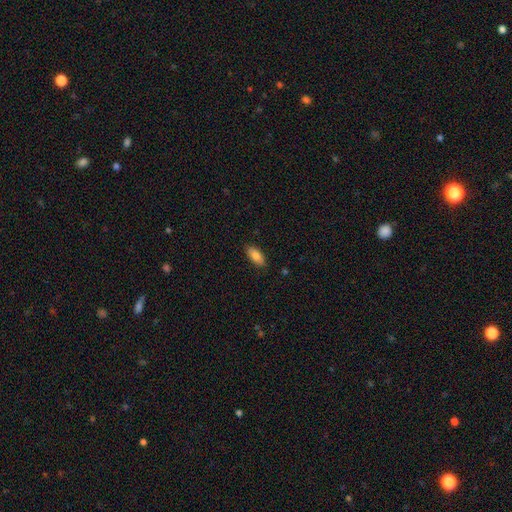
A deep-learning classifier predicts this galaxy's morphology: This appears to be a smooth galaxy with no disk features (83%) that is in between round and cigar-shaped (84%). Merging: none (87%).